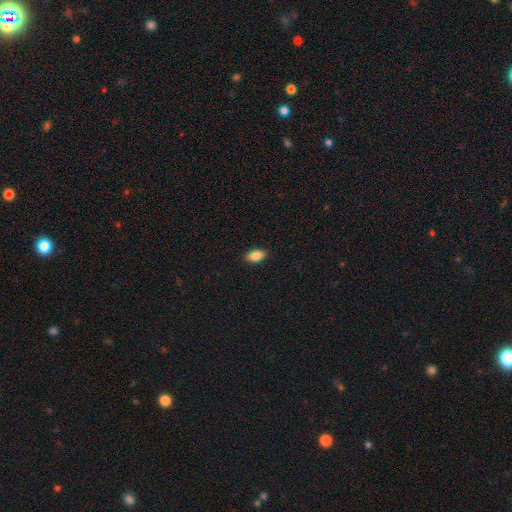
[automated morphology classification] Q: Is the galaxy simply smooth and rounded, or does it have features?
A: smooth — 86%.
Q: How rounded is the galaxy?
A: in between — 90%.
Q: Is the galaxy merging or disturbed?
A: none — 89%.